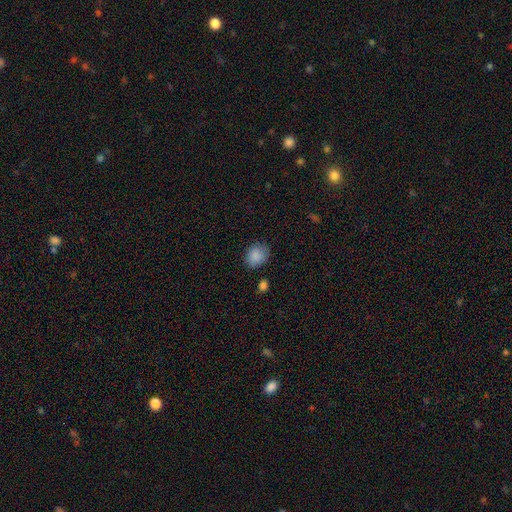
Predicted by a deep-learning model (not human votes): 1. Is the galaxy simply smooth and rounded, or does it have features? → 87% smooth, 8% star or artifact, 5% featured or disk.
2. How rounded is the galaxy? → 50% round, 49% in between, 1% cigar-shaped.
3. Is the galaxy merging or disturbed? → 74% none, 18% minor disturbance, 4% major disturbance, 3% merger.